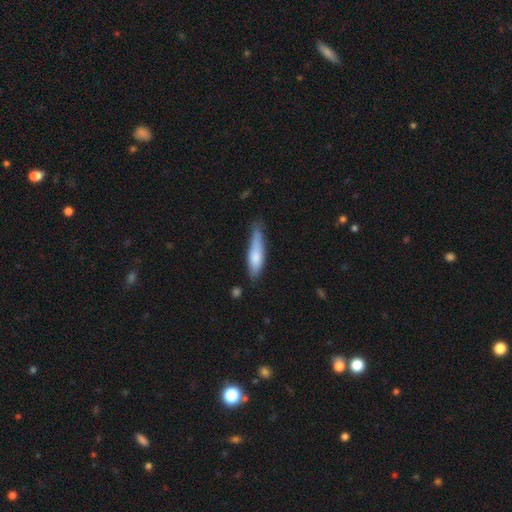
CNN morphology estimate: Smooth or featured? smooth (74%)
How rounded? cigar-shaped (72%)
Merging? none (56%)